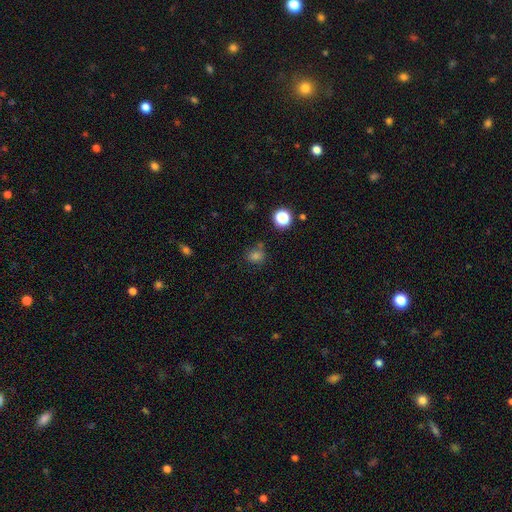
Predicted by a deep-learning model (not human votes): Morphology: type=smooth (73%); roundness=round (70%); merging=none (70%).